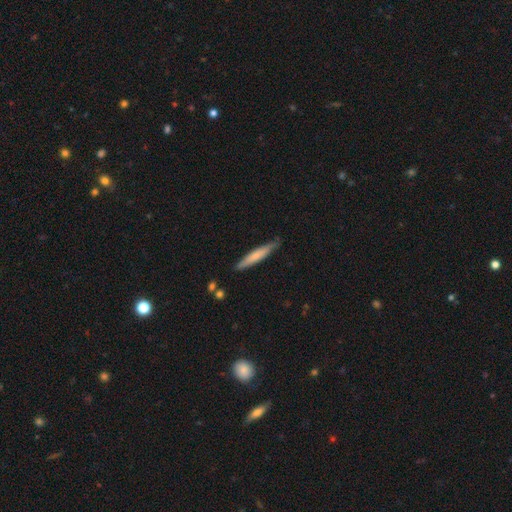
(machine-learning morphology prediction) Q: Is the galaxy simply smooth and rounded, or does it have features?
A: smooth — 65%.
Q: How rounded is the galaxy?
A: cigar-shaped — 93%.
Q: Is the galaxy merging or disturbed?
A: none — 82%.